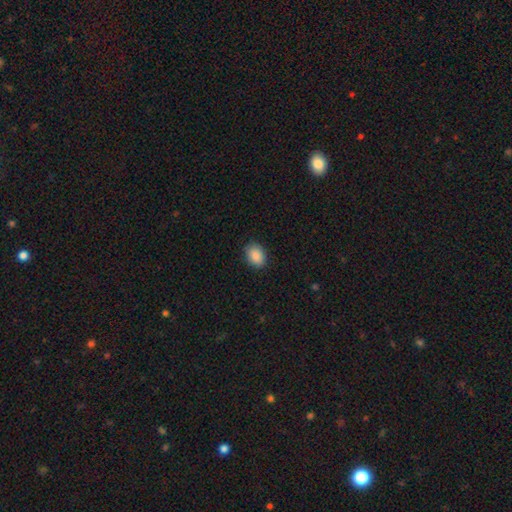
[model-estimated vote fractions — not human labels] smooth_or_featured: smooth (p=0.89) [alt: star or artifact p=0.07]
how_rounded: in between (p=0.72) [alt: round p=0.27]
merging: none (p=0.86) [alt: minor disturbance p=0.11]